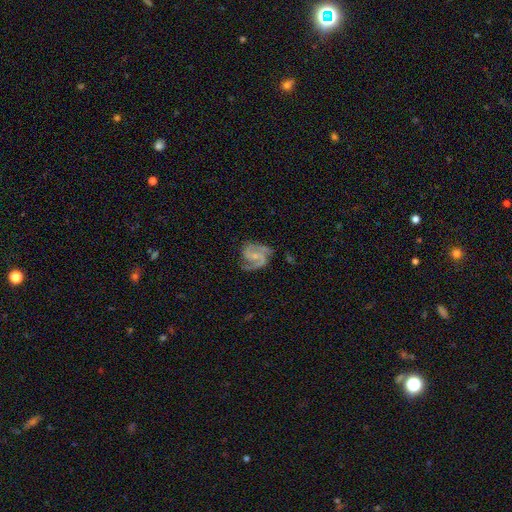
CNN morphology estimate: smooth-or-featured: featured or disk: 89% | smooth: 6% | star or artifact: 5%
  disk-edge-on: no: 98% | yes: 2%
    bar: no: 52% | weak: 36% | strong: 11%
    has-spiral-arms: yes: 98% | no: 2%
      spiral-winding: medium: 57% | tight: 27% | loose: 16%
      spiral-arm-count: 2: 75% | 3: 15% | can't tell: 4% | 1: 2% | 4: 2% | more than 4: 2%
    bulge-size: small: 66% | moderate: 25% | none: 7% | large: 1% | dominant: 1%
  merging: none: 66% | minor disturbance: 22% | major disturbance: 11% | merger: 2%